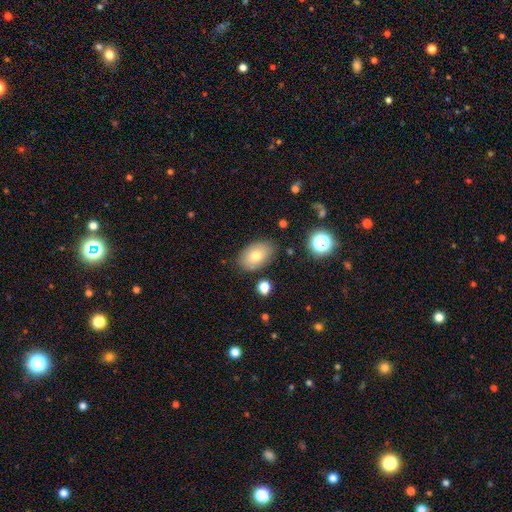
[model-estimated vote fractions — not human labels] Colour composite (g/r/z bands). It shows a smooth galaxy with no disk features (73%) that is in between round and cigar-shaped (89%). Merging: none (80%).